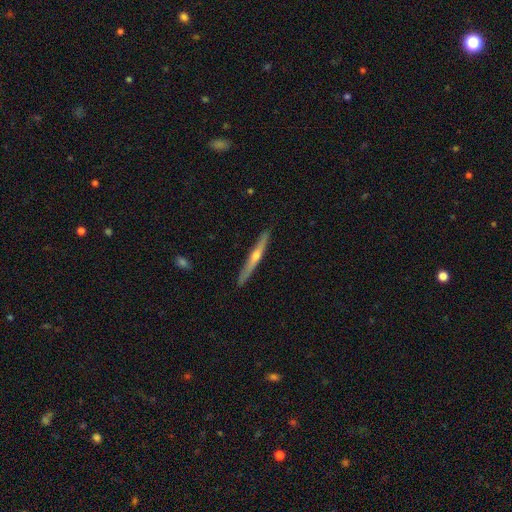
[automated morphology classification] A featured or disk galaxy (70%) viewed edge-on (97%) with a rounded central bulge (84%). Merging: none (91%).